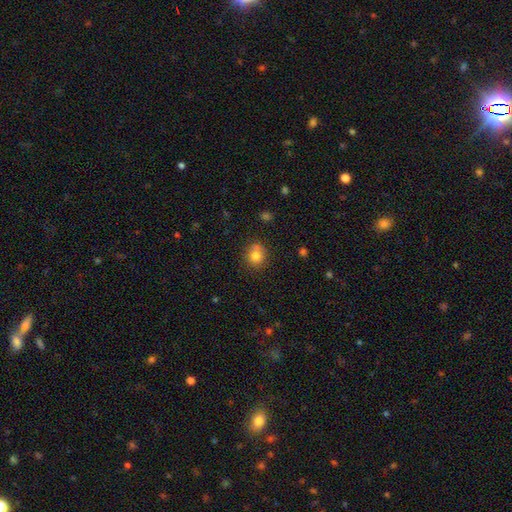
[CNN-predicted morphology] Smooth or featured?
  - smooth: 79% *
  - star or artifact: 12%
  - featured or disk: 9%
How rounded?
  - round: 82% *
  - in between: 17%
  - cigar-shaped: 1%
Merging?
  - none: 66% *
  - minor disturbance: 16%
  - merger: 14%
  - major disturbance: 4%